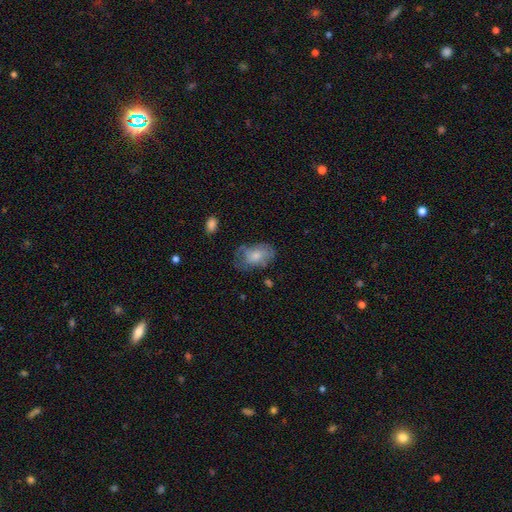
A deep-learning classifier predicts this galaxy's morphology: smooth 64%, featured or disk 29%, star or artifact 7%. Down the decision tree: how rounded — in between (85%); merging — none (47%).